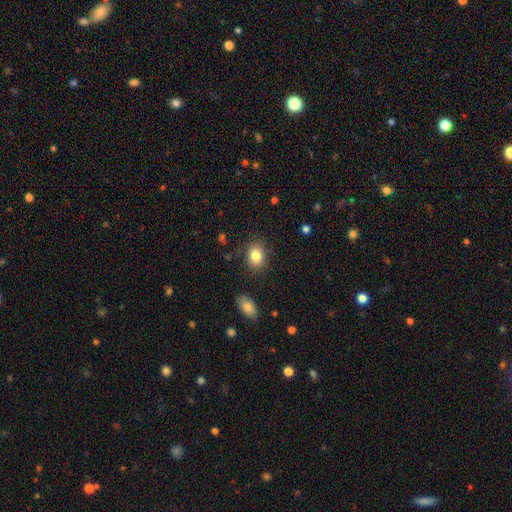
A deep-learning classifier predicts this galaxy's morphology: smooth-or-featured: smooth: 83% | star or artifact: 9% | featured or disk: 8%
  how-rounded: in between: 68% | round: 31% | cigar-shaped: 1%
  merging: none: 84% | minor disturbance: 11% | major disturbance: 3% | merger: 2%